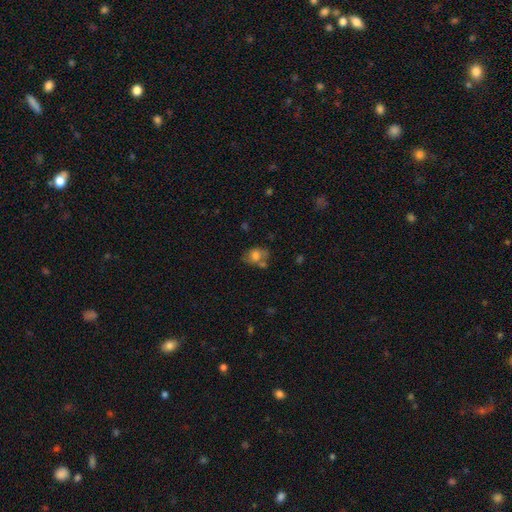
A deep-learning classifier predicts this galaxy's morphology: Smooth or featured: smooth — 66% (featured or disk — 24%)
How rounded: in between — 65% (round — 34%)
Merging: none — 40% (merger — 27%)